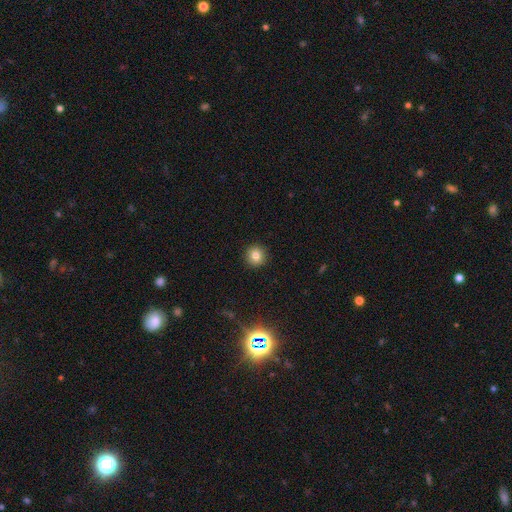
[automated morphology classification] A smooth galaxy with no disk features (81%) that is round (94%). Merging: none (93%).